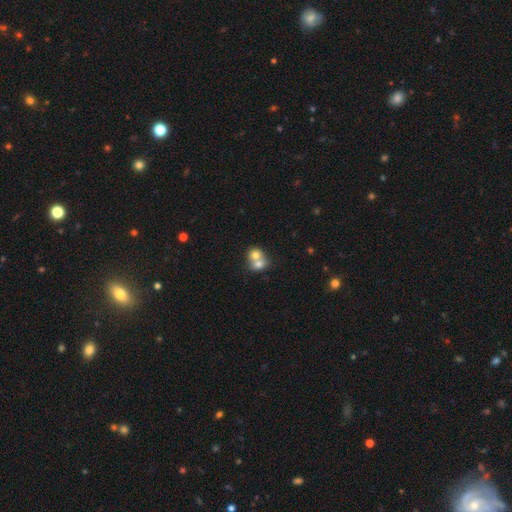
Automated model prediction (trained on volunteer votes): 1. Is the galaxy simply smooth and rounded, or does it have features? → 70% smooth, 21% featured or disk, 9% star or artifact.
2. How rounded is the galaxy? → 65% round, 34% in between, 1% cigar-shaped.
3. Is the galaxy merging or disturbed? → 72% merger, 21% none, 5% minor disturbance, 2% major disturbance.